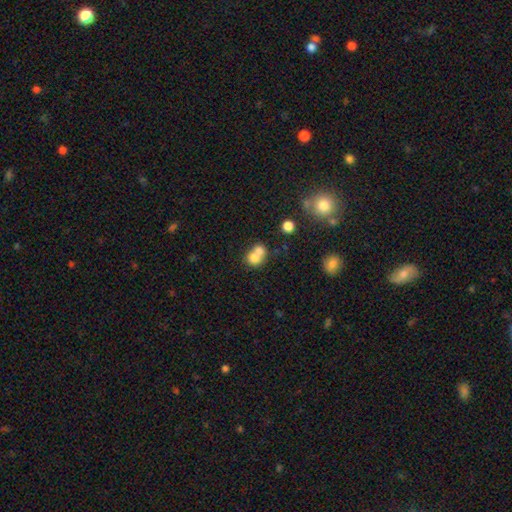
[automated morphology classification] A smooth galaxy with no disk features (73%) that is round (69%). Merging: merger (66%).